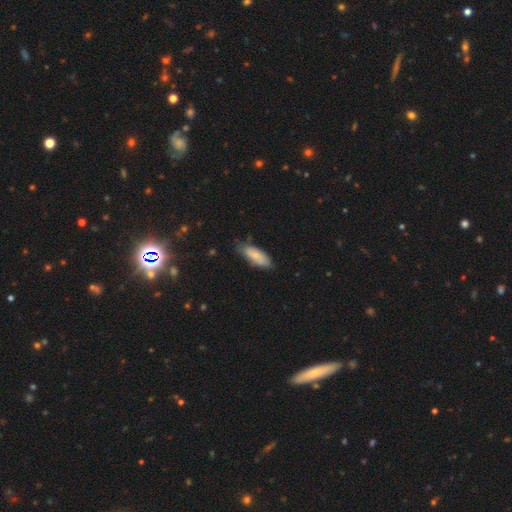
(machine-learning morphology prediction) This is likely a smooth galaxy (78%). How rounded: likely in between (75%). Merging: likely none (66%).